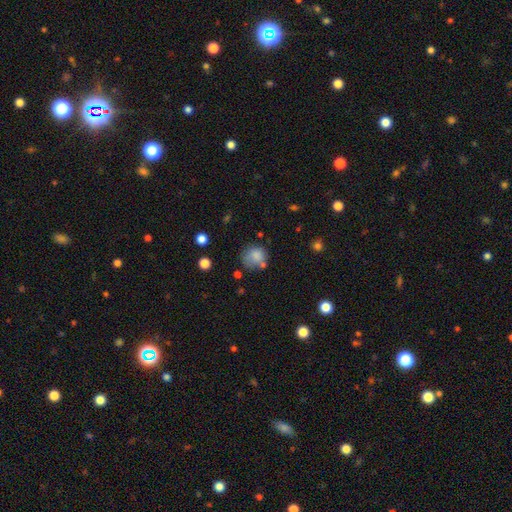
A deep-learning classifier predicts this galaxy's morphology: Q: Smooth or featured?
A: smooth (80%); runner-up: star or artifact (11%)
Q: How rounded?
A: round (80%); runner-up: in between (19%)
Q: Merging?
A: none (55%); runner-up: minor disturbance (23%)